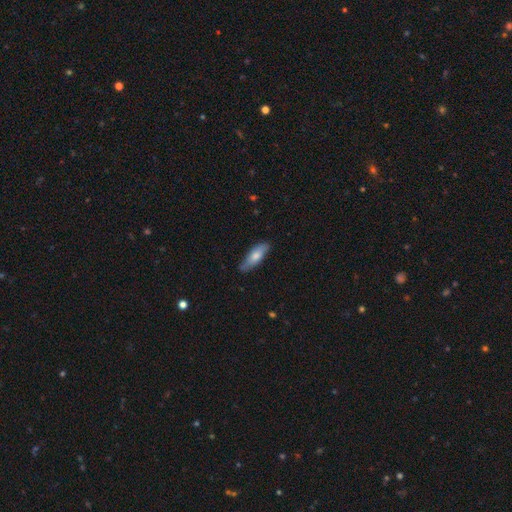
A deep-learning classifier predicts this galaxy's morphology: smooth 69%, featured or disk 25%, star or artifact 6%. Down the decision tree: how rounded — in between (49%, tied with cigar-shaped); merging — none (82%).